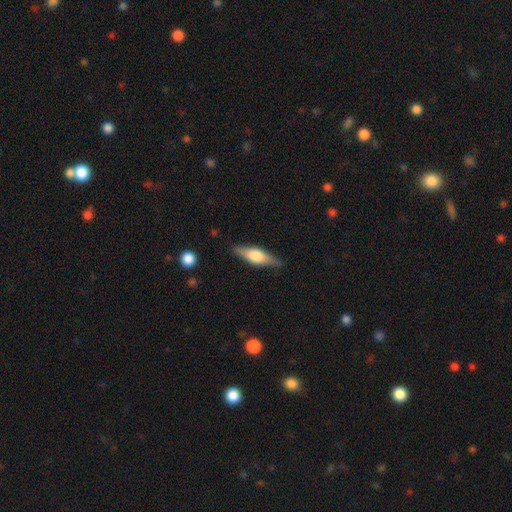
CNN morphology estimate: Smooth or featured? Predicted: featured or disk (p=0.54). Edge-on disk? Predicted: yes (p=0.94). Edge-on bulge? Predicted: rounded (p=0.84). Merging? Predicted: none (p=0.84).